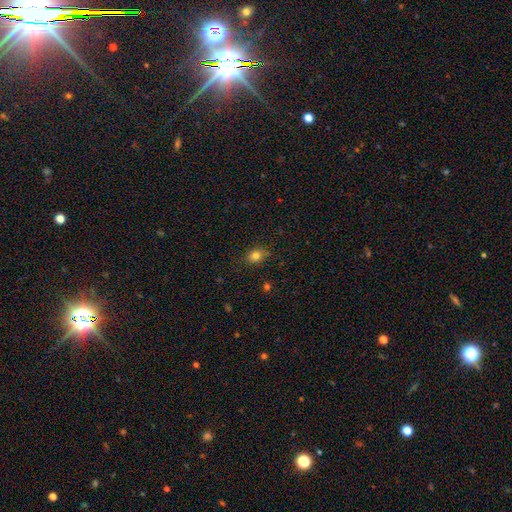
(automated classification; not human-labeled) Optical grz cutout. It shows a smooth galaxy with no disk features (81%) that is in between round and cigar-shaped (55%). Merging: none (81%).